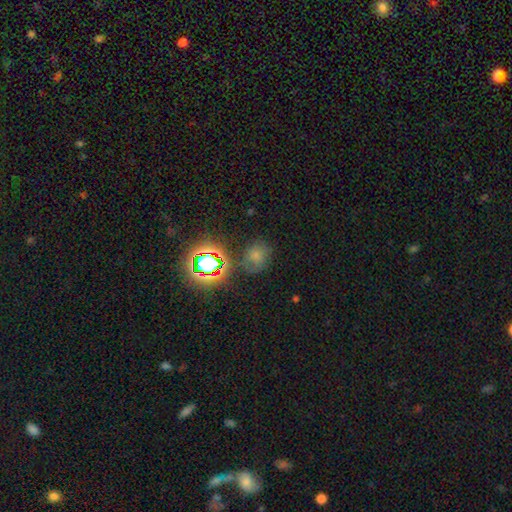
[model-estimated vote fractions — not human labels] Q: Smooth or featured?
A: smooth (61%); runner-up: star or artifact (29%)
Q: How rounded?
A: round (72%); runner-up: in between (27%)
Q: Merging?
A: none (68%); runner-up: minor disturbance (18%)